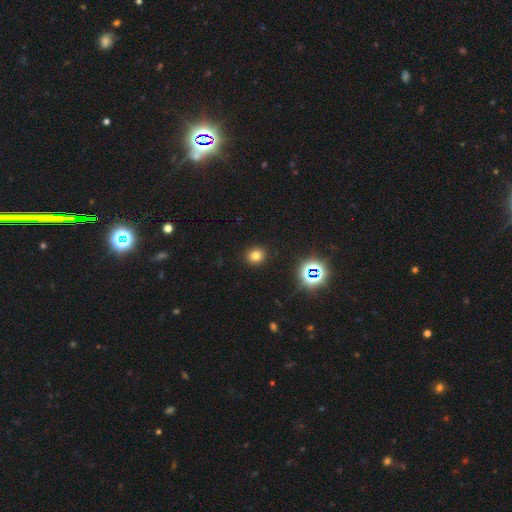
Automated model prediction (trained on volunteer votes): Smooth or featured?
  - smooth: 75% *
  - star or artifact: 18%
  - featured or disk: 7%
How rounded?
  - round: 75% *
  - in between: 24%
  - cigar-shaped: 1%
Merging?
  - none: 91% *
  - minor disturbance: 6%
  - major disturbance: 2%
  - merger: 1%